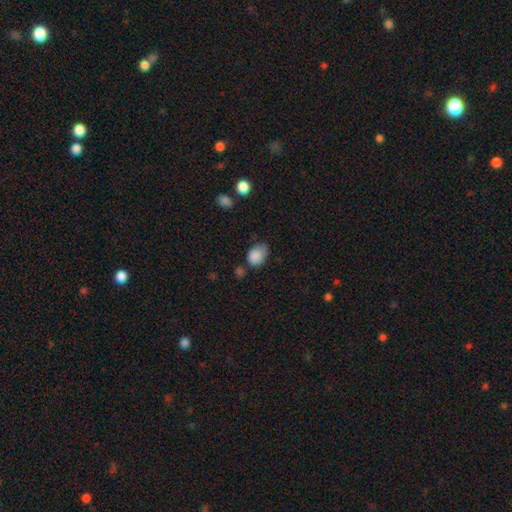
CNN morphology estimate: smooth_or_featured: smooth (p=0.86) [alt: star or artifact p=0.09]
how_rounded: in between (p=0.71) [alt: round p=0.28]
merging: none (p=0.49) [alt: minor disturbance p=0.37]